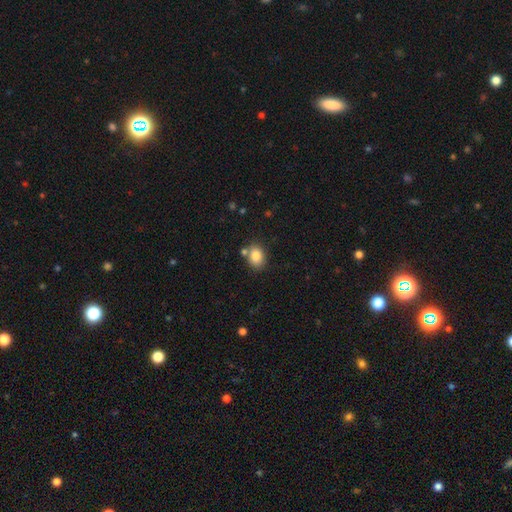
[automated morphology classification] This appears to be a smooth galaxy with no disk features (84%) that is in between round and cigar-shaped (61%). Merging: none (70%).